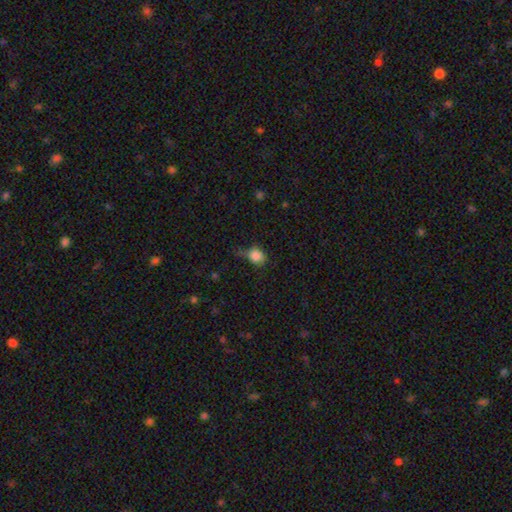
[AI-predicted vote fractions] smooth_or_featured: smooth (p=0.84) [alt: star or artifact p=0.10]
how_rounded: round (p=0.61) [alt: in between p=0.38]
merging: none (p=0.45) [alt: minor disturbance p=0.35]